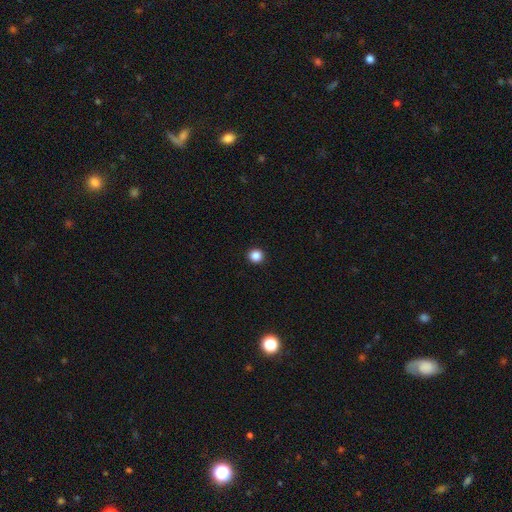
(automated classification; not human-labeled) Smooth or featured? smooth (87%)
How rounded? round (94%)
Merging? none (94%)